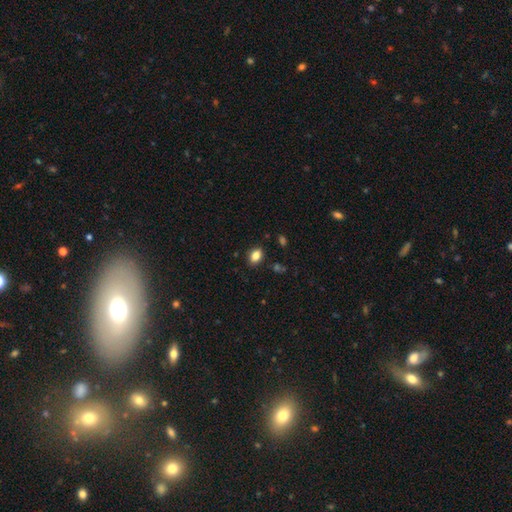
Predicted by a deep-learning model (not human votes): This is clearly a smooth galaxy (84%). How rounded: likely in between (78%). Merging: clearly none (86%).